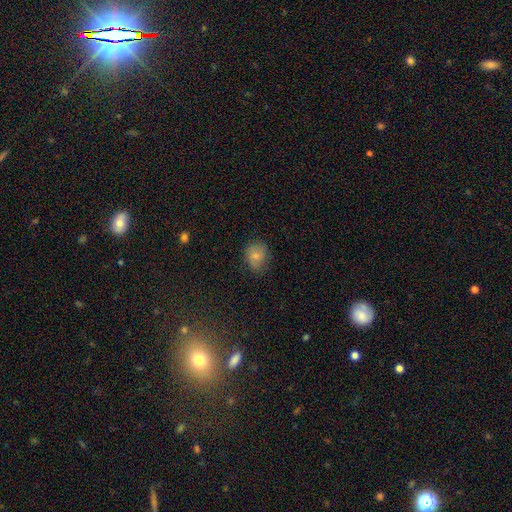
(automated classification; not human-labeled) Smooth or featured?
  - smooth: 76% *
  - featured or disk: 13%
  - star or artifact: 11%
How rounded?
  - round: 62% *
  - in between: 37%
  - cigar-shaped: 1%
Merging?
  - none: 66% *
  - minor disturbance: 25%
  - major disturbance: 7%
  - merger: 2%